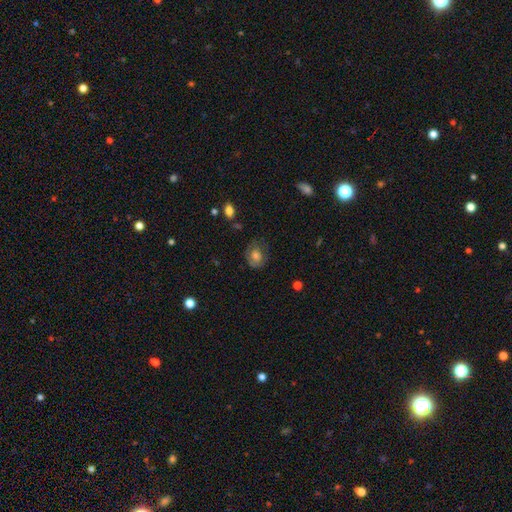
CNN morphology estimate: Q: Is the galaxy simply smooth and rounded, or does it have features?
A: smooth — 56%.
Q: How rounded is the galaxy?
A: round — 52%.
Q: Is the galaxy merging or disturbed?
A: none — 63%.